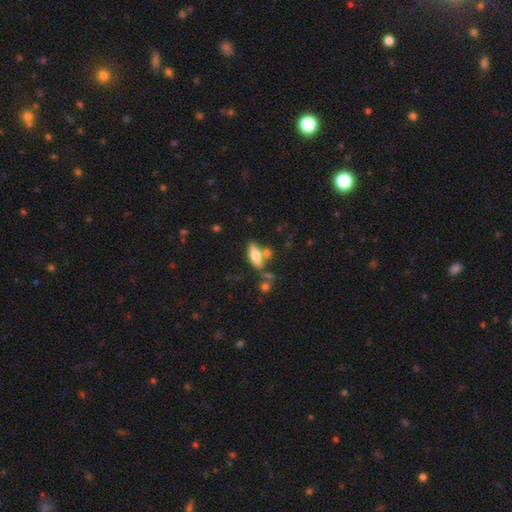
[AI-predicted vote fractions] smooth_or_featured: smooth (p=0.66) [alt: featured or disk p=0.27]
how_rounded: in between (p=0.70) [alt: cigar-shaped p=0.27]
merging: none (p=0.62) [alt: merger p=0.18]